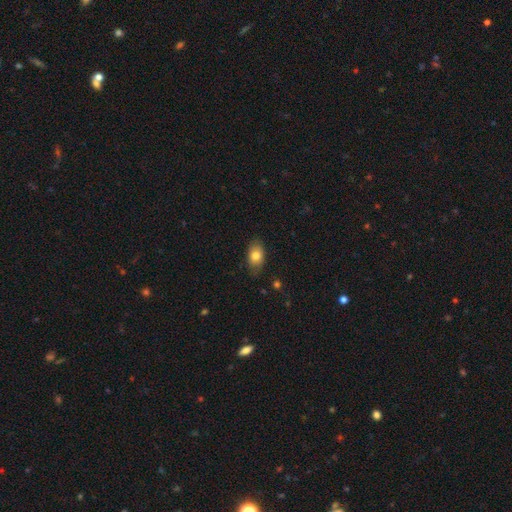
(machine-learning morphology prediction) Smooth or featured? Predicted: smooth (p=0.80). How rounded? Predicted: in between (p=0.87). Merging? Predicted: none (p=0.80).